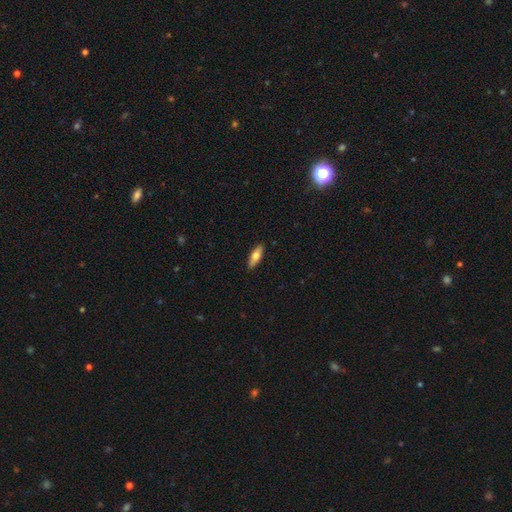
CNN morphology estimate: This is likely a smooth galaxy (65%). How rounded: possibly in between (57%). Merging: clearly none (90%).